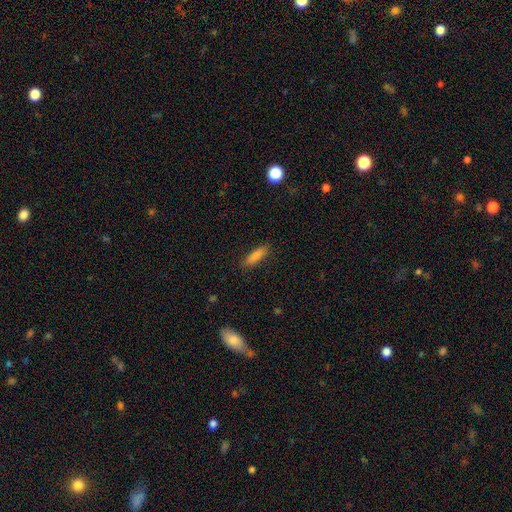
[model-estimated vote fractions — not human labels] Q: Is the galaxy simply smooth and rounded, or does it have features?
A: smooth — 81%.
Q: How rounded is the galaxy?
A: cigar-shaped — 62%.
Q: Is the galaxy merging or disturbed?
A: none — 88%.